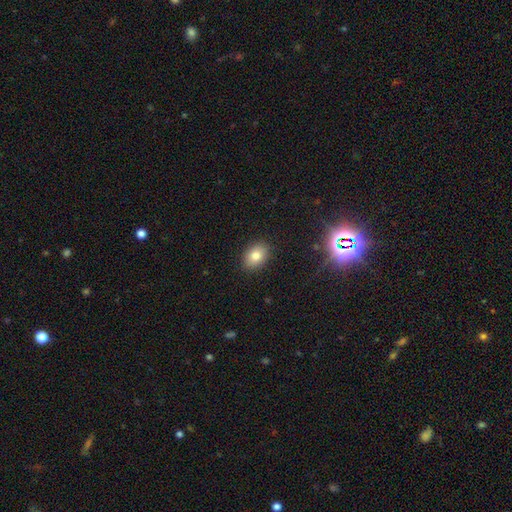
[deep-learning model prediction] Smooth or featured? smooth (80%)
How rounded? in between (78%)
Merging? none (88%)